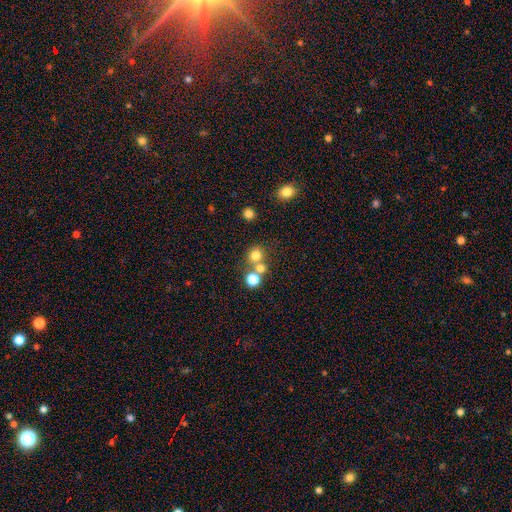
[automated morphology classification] Overall: smooth (74%). How rounded: round (85%). Merging: none (57%; merger 33%).